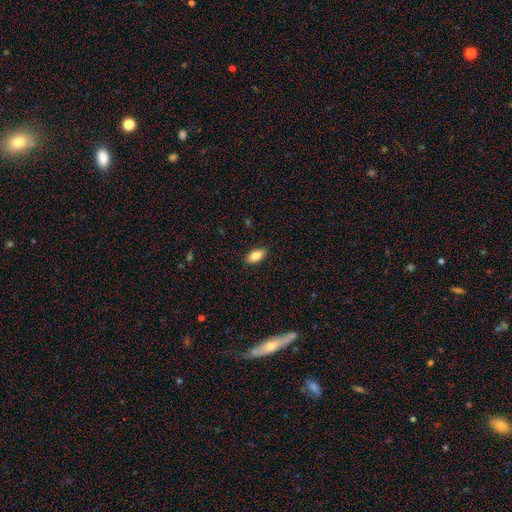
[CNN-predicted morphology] This appears to be a smooth galaxy with no disk features (82%) that is in between round and cigar-shaped (89%). Merging: none (89%).